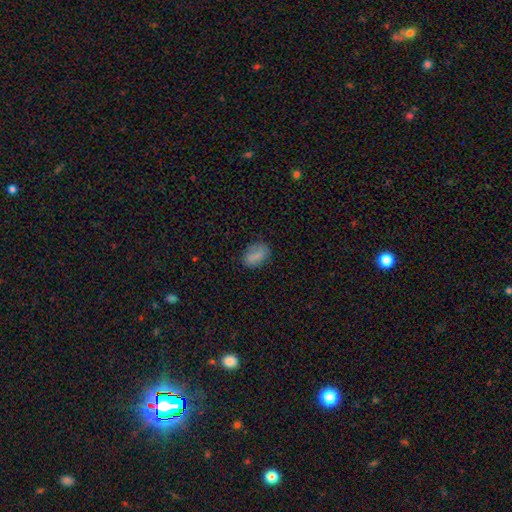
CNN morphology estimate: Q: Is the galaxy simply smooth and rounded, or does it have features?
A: smooth — 79%.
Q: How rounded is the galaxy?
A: in between — 87%.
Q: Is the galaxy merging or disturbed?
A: none — 76%.